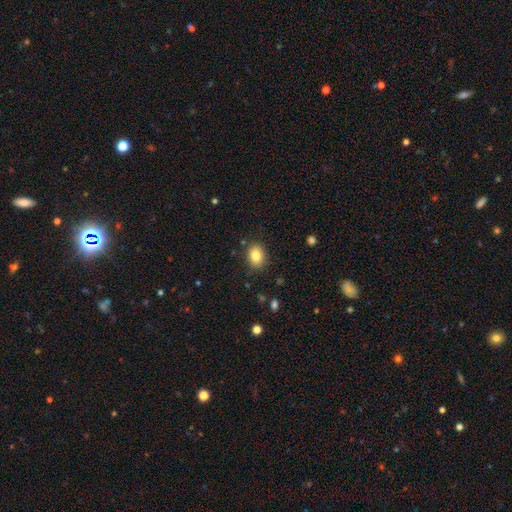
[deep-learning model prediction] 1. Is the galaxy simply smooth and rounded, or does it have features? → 83% smooth, 10% star or artifact, 8% featured or disk.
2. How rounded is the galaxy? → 61% in between, 38% round, 1% cigar-shaped.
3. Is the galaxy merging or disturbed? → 86% none, 10% minor disturbance, 2% major disturbance, 1% merger.